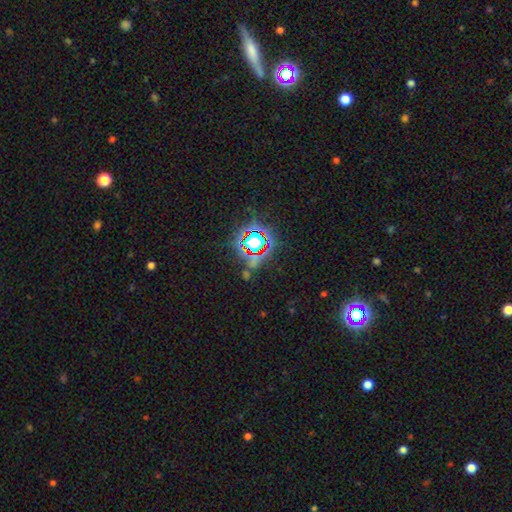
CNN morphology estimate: type=star or artifact (75%).